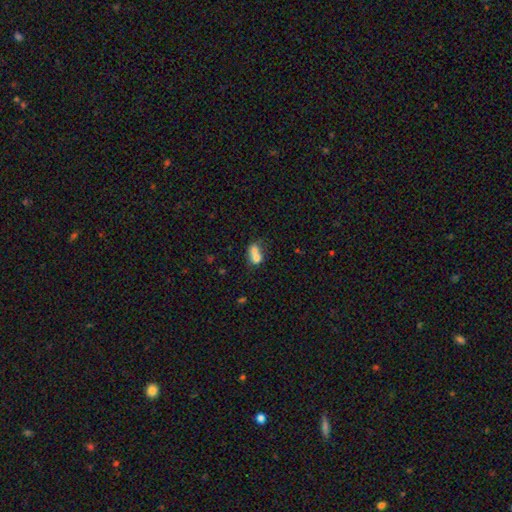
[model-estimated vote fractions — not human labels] This appears to be a smooth galaxy with no disk features (70%) that is in between round and cigar-shaped (58%). Merging: merger (65%).